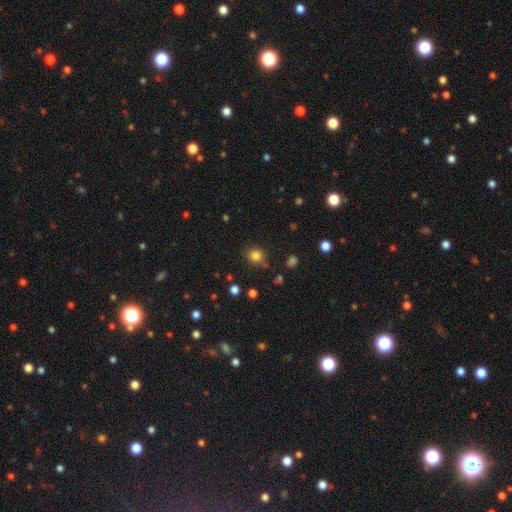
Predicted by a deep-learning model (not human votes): smooth 81%, star or artifact 14%, featured or disk 5%. Down the decision tree: how rounded — round (83%); merging — none (82%).